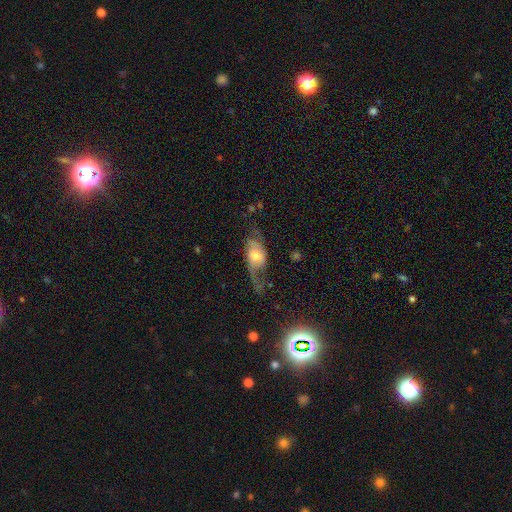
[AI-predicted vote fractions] The model was most divided on "bar": no: 51%, weak: 38%, strong: 10%. Remaining: edge-on disk — no (92%); spiral arms — yes (87%); spiral arm count — 2 (76%); smooth or featured — featured or disk (68%); spiral winding — loose (61%); bulge size — moderate (57%); merging — none (45%).